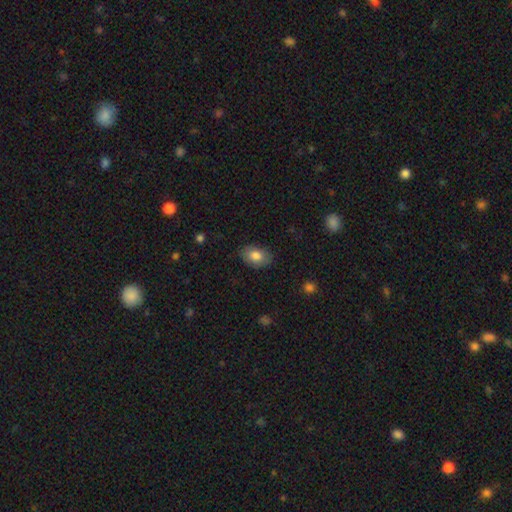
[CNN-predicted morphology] type=smooth (81%); roundness=in between (85%); merging=none (84%).